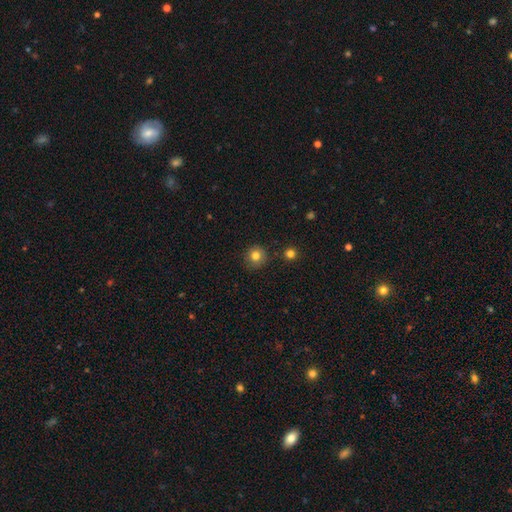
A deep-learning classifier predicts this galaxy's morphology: Smooth or featured? Predicted: smooth (p=0.80). How rounded? Predicted: round (p=0.93). Merging? Predicted: none (p=0.87).